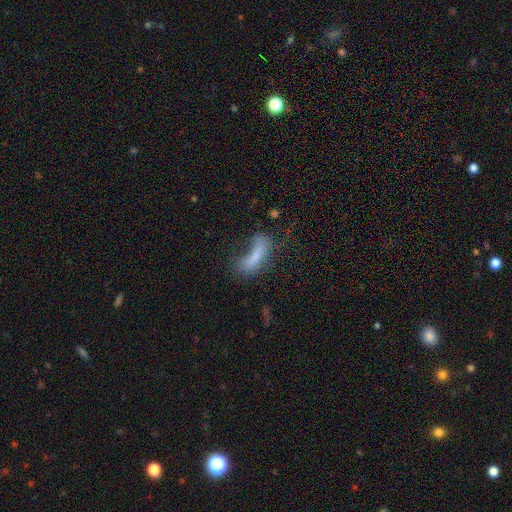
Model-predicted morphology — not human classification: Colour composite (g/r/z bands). It shows a smooth galaxy with no disk features (66%) that is cigar-shaped (59%). Merging: major disturbance (36%).